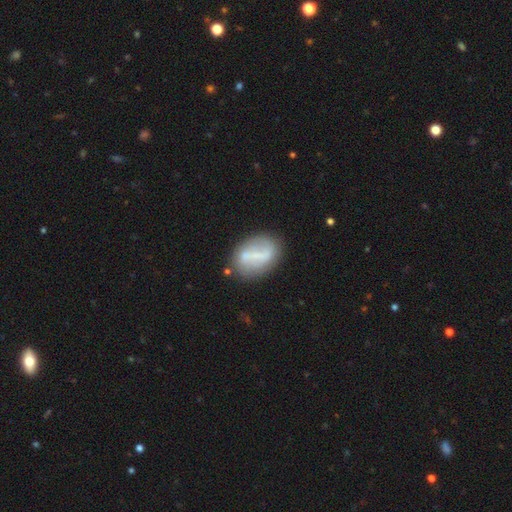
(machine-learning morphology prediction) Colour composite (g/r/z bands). It shows a featured or disk galaxy (50%). Merging: none (64%).